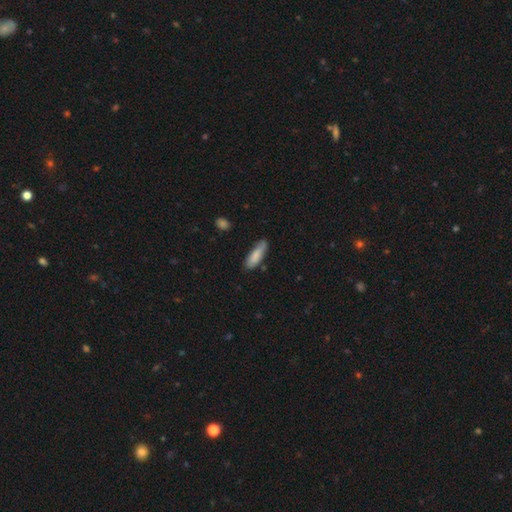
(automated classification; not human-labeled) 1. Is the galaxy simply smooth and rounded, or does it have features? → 82% smooth, 12% featured or disk, 6% star or artifact.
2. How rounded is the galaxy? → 51% cigar-shaped, 48% in between, 2% round.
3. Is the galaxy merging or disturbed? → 74% none, 20% minor disturbance, 3% major disturbance, 2% merger.